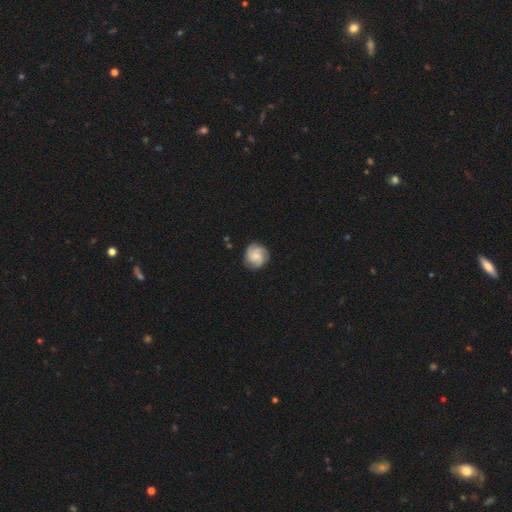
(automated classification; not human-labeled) Smooth or featured? Predicted: featured or disk (p=0.57). Edge-on disk? Predicted: no (p=0.98). Bar? Predicted: no (p=0.73). Spiral arms? Predicted: yes (p=0.94). Spiral winding? Predicted: tight (p=0.55). Spiral arm count? Predicted: 3 (p=0.51). Bulge size? Predicted: small (p=0.50). Merging? Predicted: none (p=0.82).